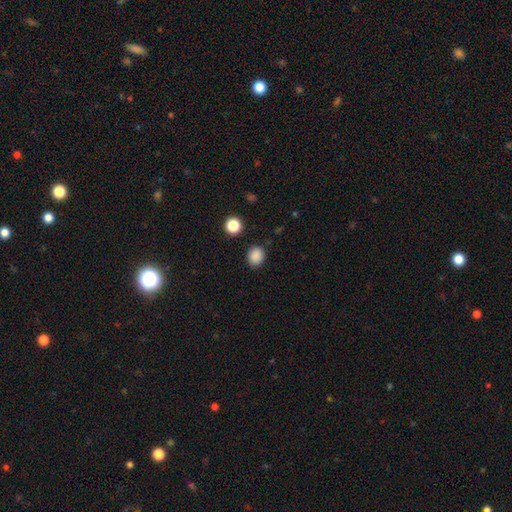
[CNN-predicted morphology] smooth 86%, star or artifact 11%, featured or disk 3%. Down the decision tree: how rounded — round (72%); merging — none (87%).